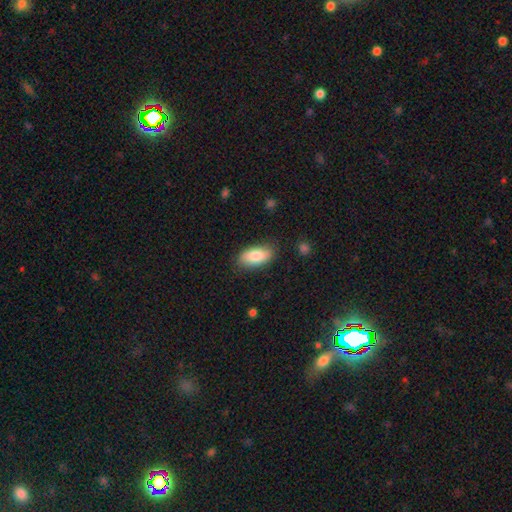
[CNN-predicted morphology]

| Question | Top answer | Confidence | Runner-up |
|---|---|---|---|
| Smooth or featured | smooth | 83% | featured or disk (11%) |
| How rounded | in between | 90% | cigar-shaped (7%) |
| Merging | none | 84% | minor disturbance (12%) |